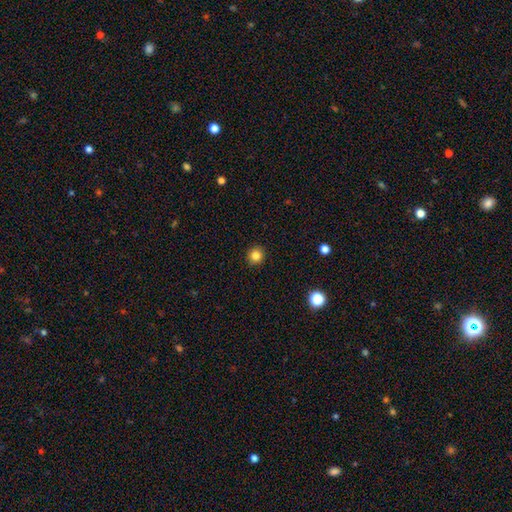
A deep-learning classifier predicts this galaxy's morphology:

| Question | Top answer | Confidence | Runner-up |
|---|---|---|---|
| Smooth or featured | smooth | 83% | star or artifact (12%) |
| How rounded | round | 94% | in between (5%) |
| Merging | none | 92% | minor disturbance (5%) |